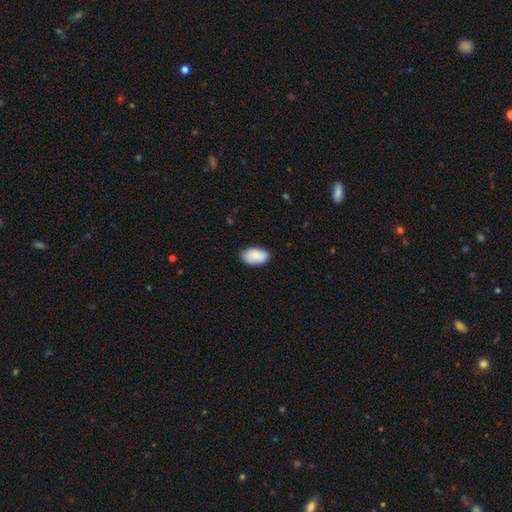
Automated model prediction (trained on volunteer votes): A smooth galaxy with no disk features (87%) that is in between round and cigar-shaped (95%). Merging: none (85%).